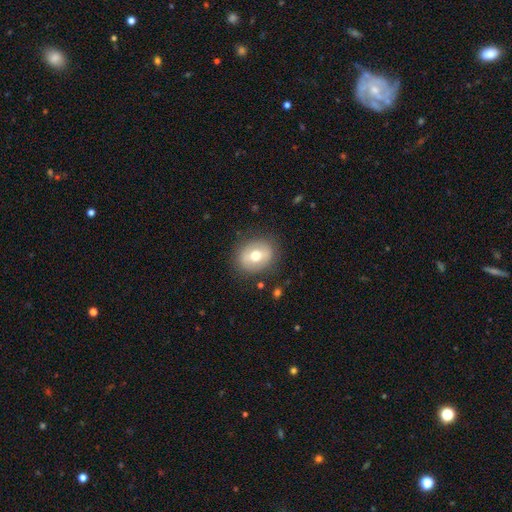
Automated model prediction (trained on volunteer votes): smooth-or-featured: smooth: 58% | featured or disk: 33% | star or artifact: 8%
  how-rounded: round: 58% | in between: 41% | cigar-shaped: 1%
  merging: none: 84% | minor disturbance: 11% | major disturbance: 4% | merger: 1%